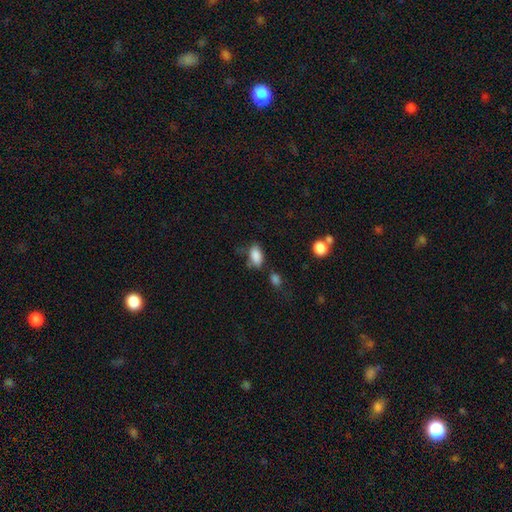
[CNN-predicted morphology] Q: Smooth or featured?
A: smooth (86%); runner-up: star or artifact (8%)
Q: How rounded?
A: in between (91%); runner-up: round (7%)
Q: Merging?
A: none (58%); runner-up: minor disturbance (24%)